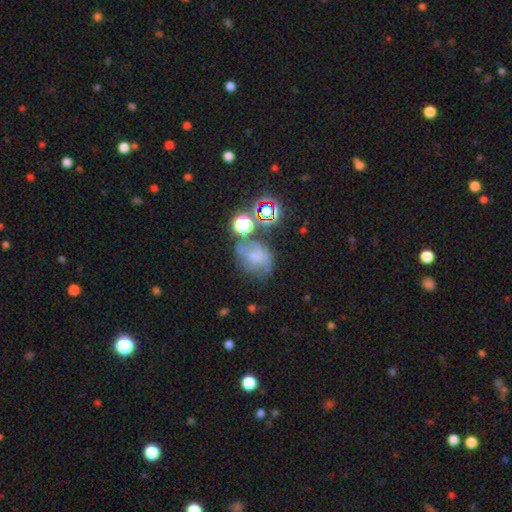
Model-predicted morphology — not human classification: smooth 49%, featured or disk 26%, star or artifact 25%. Down the decision tree: merging — none (39%).